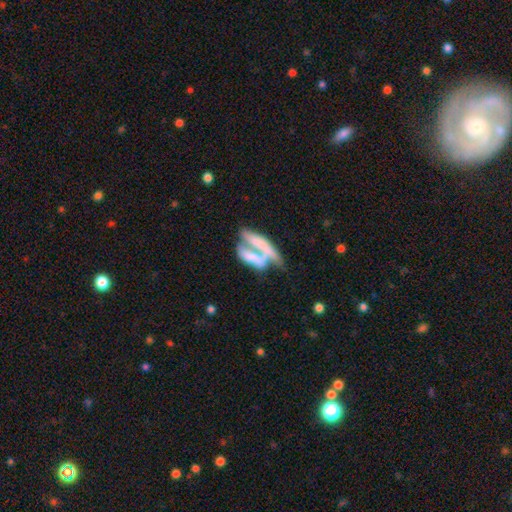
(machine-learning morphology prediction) The model was most divided on "smooth or featured": featured or disk: 46%, smooth: 45%, star or artifact: 9%. More confident: merging — merger (67%).